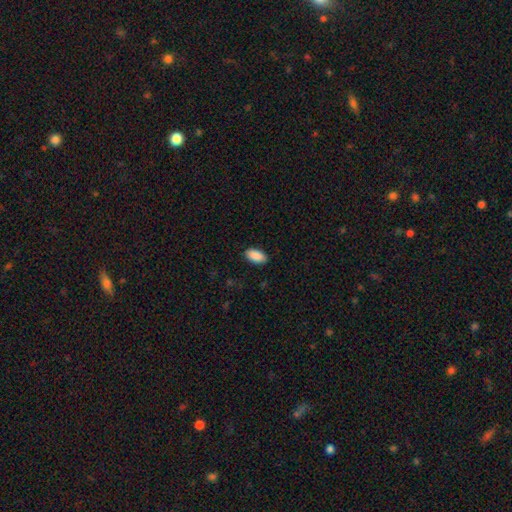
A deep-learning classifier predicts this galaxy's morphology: type=smooth (90%); roundness=in between (94%); merging=none (88%).